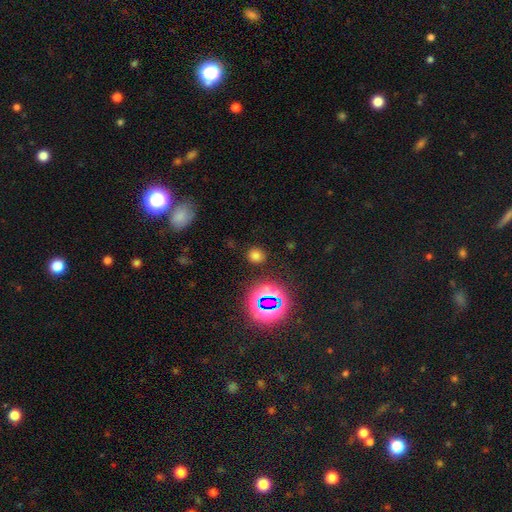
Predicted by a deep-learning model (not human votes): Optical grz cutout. It shows a smooth galaxy with no disk features (65%) that is round (79%). Merging: none (86%).